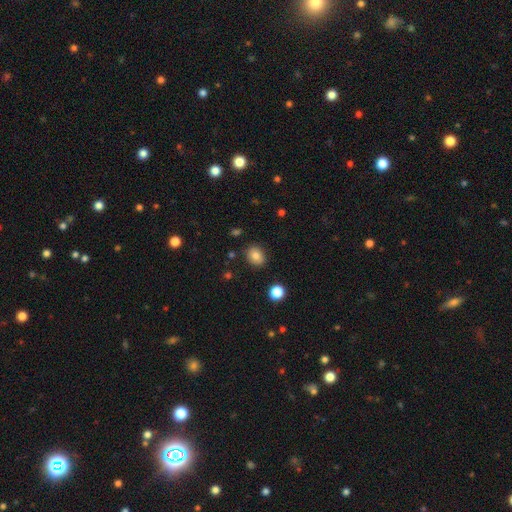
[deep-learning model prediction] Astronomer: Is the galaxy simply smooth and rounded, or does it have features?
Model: smooth — 82%.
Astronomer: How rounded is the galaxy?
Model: round — 51% (runner-up: in between, 48%).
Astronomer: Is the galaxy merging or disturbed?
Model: none — 87%.